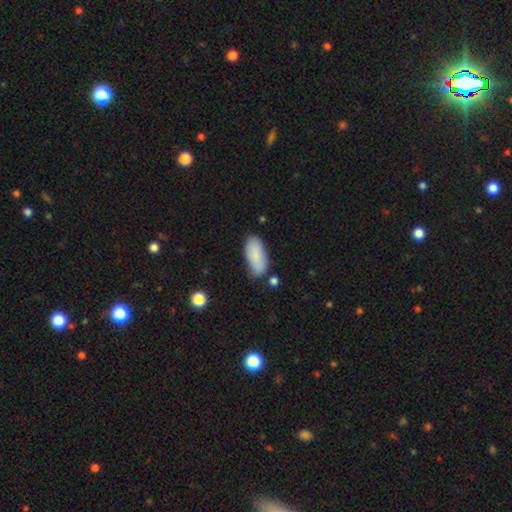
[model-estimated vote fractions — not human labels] Overall: smooth (86%). How rounded: in between (87%). Merging: none (75%).